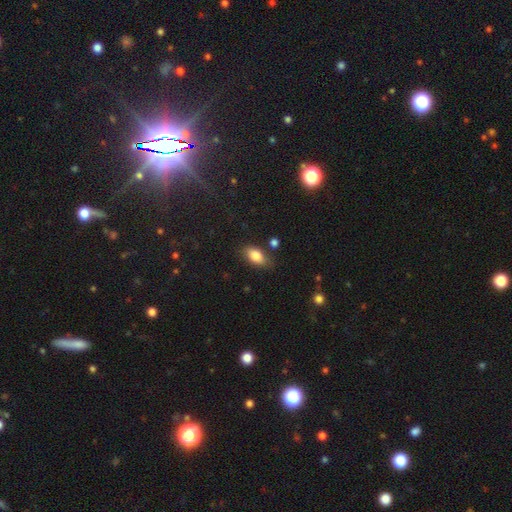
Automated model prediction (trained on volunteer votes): This is clearly a smooth galaxy (83%). How rounded: clearly in between (89%). Merging: likely none (77%).